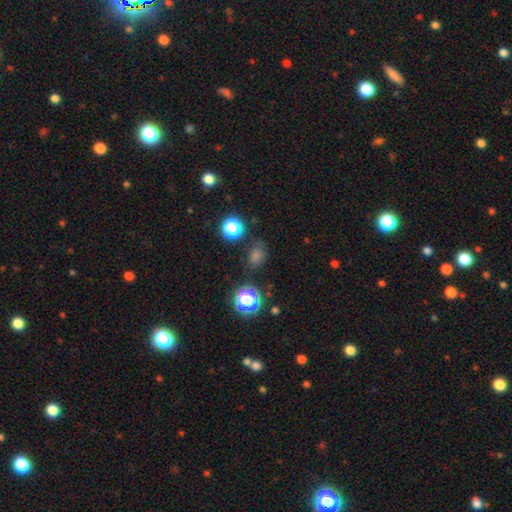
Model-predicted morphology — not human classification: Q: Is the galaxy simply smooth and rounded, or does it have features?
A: smooth — 58%.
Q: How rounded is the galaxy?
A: round — 56%.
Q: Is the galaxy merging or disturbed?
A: none — 74%.